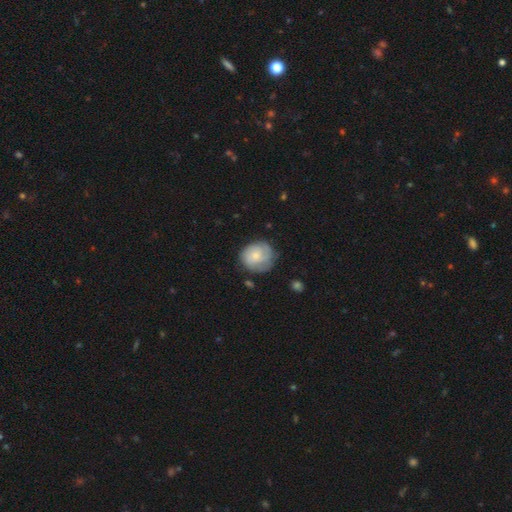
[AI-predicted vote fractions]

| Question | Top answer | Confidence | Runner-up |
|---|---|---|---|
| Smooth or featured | smooth | 56% | featured or disk (38%) |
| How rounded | round | 83% | in between (16%) |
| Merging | none | 65% | minor disturbance (24%) |